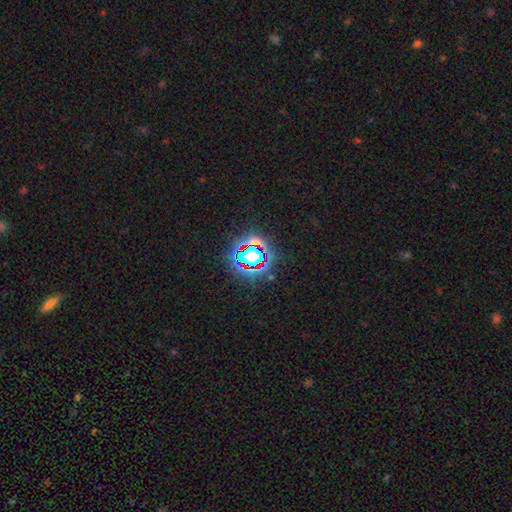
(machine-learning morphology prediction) This appears to be a star or artifact, not a galaxy (68%).